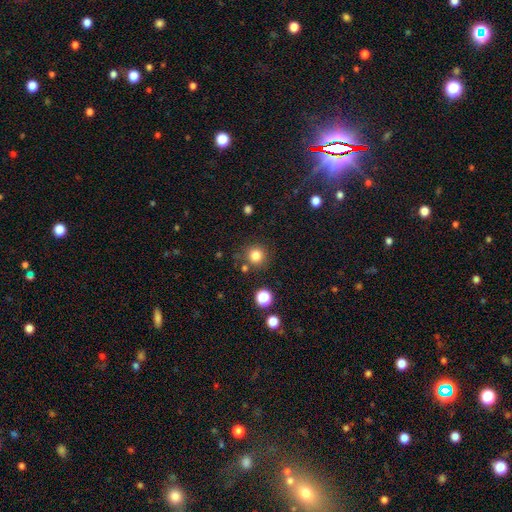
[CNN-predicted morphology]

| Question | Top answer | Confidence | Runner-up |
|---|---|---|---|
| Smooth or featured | smooth | 81% | star or artifact (13%) |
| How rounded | round | 94% | in between (5%) |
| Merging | none | 83% | minor disturbance (9%) |